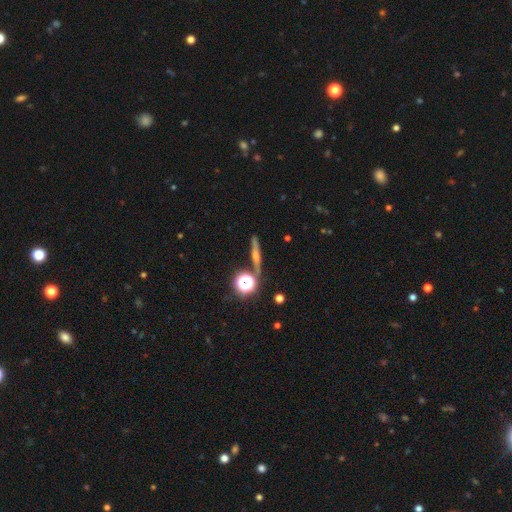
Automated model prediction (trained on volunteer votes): A star or artifact, not a galaxy (39%).

Vote fractions:
- Smooth or featured? star or artifact: 39% / featured or disk: 31% / smooth: 30%